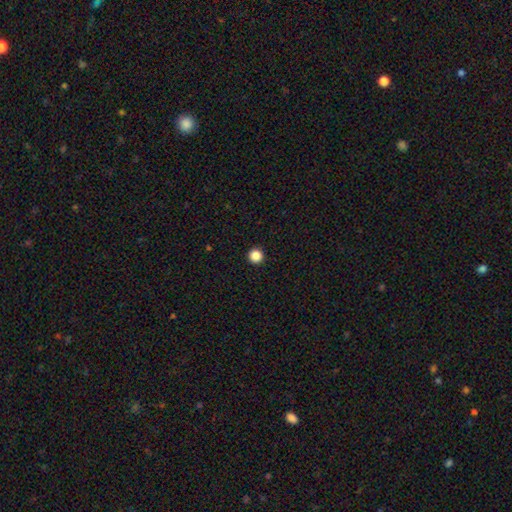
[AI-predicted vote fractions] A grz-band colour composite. It shows a smooth galaxy with no disk features (87%) that is round (97%). Merging: none (95%).